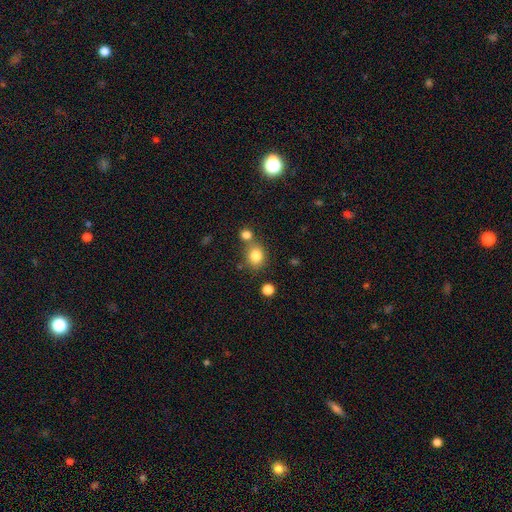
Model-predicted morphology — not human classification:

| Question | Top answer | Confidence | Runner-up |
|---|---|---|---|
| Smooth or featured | smooth | 81% | star or artifact (12%) |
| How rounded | round | 65% | in between (34%) |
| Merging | none | 65% | merger (20%) |